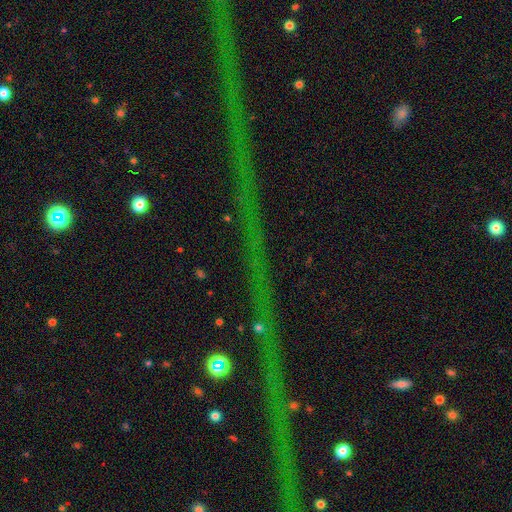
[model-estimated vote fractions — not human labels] Smooth or featured? Predicted: star or artifact (p=0.69).